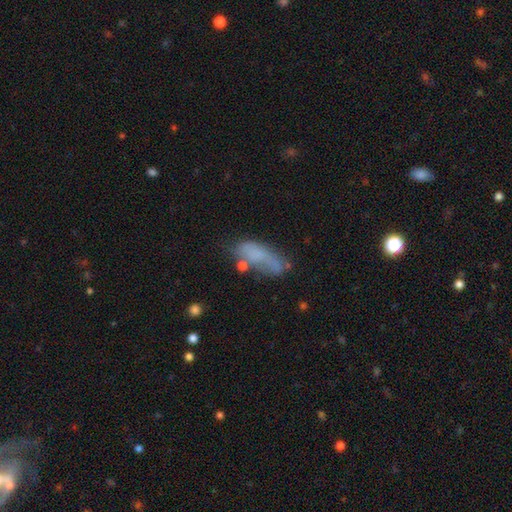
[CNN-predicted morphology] Smooth or featured: smooth — 59% (featured or disk — 28%)
How rounded: in between — 61% (cigar-shaped — 36%)
Merging: none — 50% (minor disturbance — 26%)